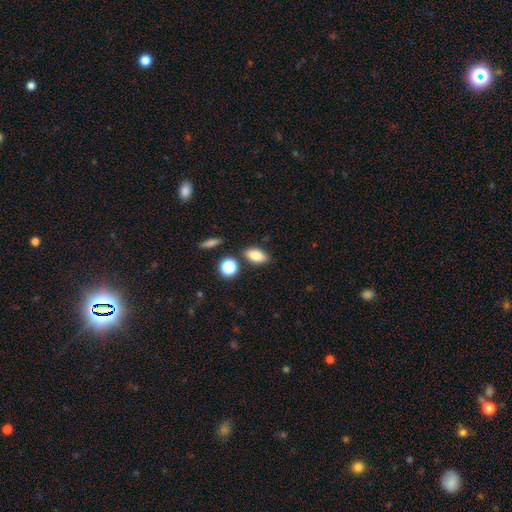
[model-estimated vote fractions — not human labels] A smooth galaxy with no disk features (81%) that is in between round and cigar-shaped (87%). Merging: none (80%).